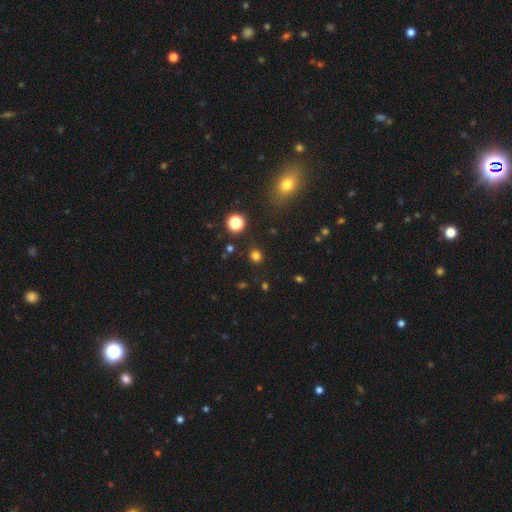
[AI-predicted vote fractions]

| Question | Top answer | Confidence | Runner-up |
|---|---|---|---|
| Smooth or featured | smooth | 76% | star or artifact (20%) |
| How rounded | round | 87% | in between (12%) |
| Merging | none | 89% | minor disturbance (7%) |